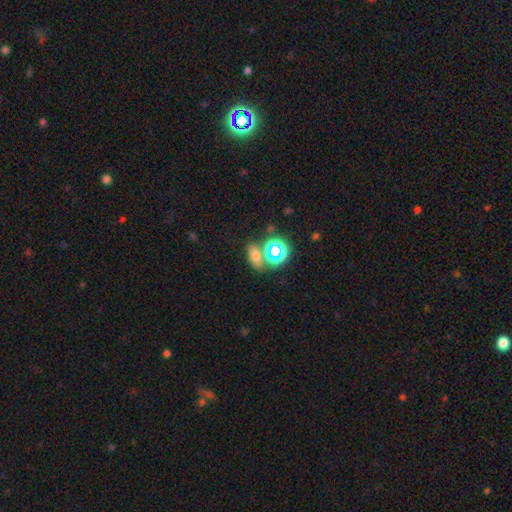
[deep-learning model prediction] Q: Smooth or featured?
A: smooth (59%); runner-up: star or artifact (30%)
Q: How rounded?
A: in between (73%); runner-up: round (21%)
Q: Merging?
A: none (64%); runner-up: merger (20%)